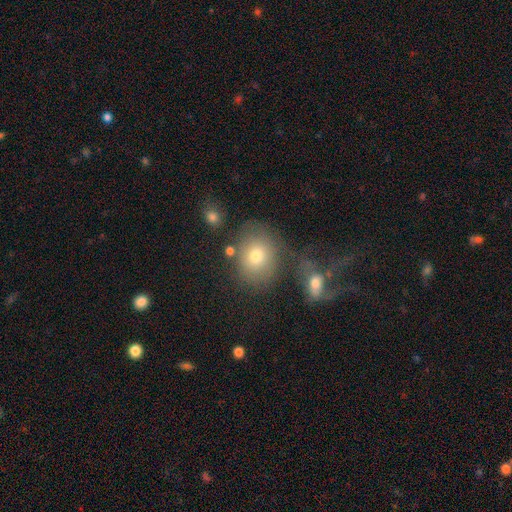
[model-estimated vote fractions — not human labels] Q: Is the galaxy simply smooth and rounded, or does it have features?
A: smooth — 72%.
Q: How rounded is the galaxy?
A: round — 57%.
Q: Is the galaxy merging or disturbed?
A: none — 60%.